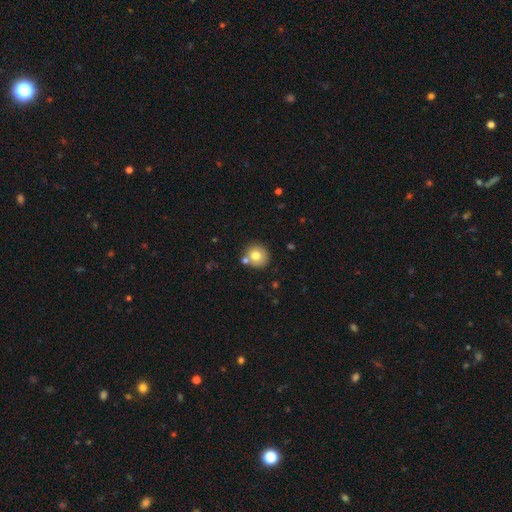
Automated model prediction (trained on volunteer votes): The model was most divided on "merging": none: 71%, merger: 16%, minor disturbance: 9%, major disturbance: 3%. More confident: how rounded — round (91%); smooth or featured — smooth (74%).